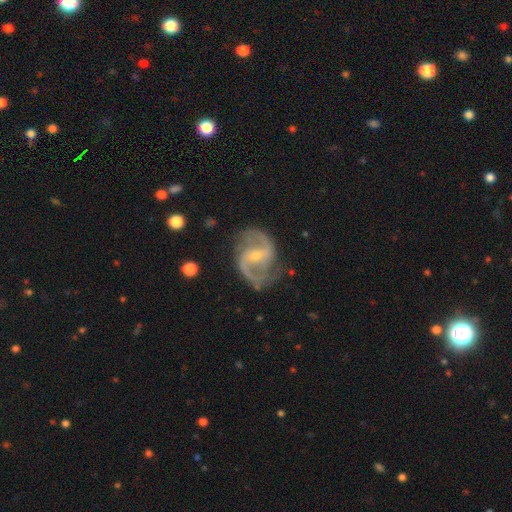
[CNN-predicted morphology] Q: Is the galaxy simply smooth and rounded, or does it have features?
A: featured or disk — 92%.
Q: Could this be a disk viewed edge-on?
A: no — 98%.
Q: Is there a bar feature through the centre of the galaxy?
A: weak — 45%.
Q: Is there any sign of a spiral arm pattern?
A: yes — 98%.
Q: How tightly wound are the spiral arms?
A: medium — 59%.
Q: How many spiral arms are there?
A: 2 — 94%.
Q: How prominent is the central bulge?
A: small — 64%.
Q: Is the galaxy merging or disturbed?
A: none — 78%.